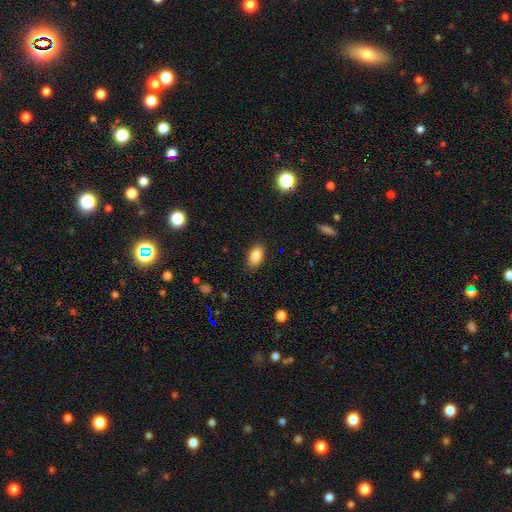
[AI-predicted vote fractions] smooth-or-featured: smooth: 85% | star or artifact: 8% | featured or disk: 7%
  how-rounded: in between: 92% | round: 5% | cigar-shaped: 3%
  merging: none: 88% | minor disturbance: 8% | major disturbance: 2% | merger: 1%